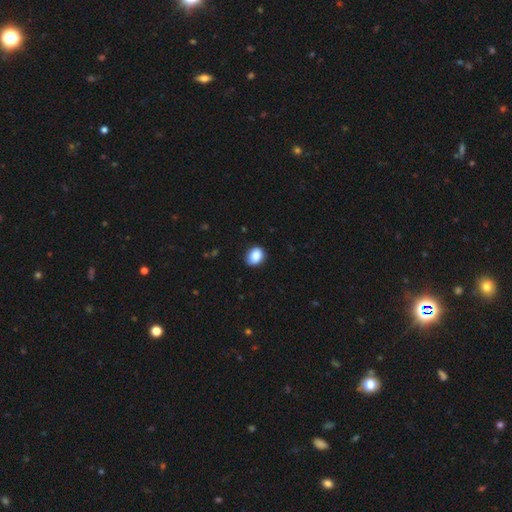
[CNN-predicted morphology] Overall: smooth (88%). How rounded: in between (58%; round 41%). Merging: none (82%).